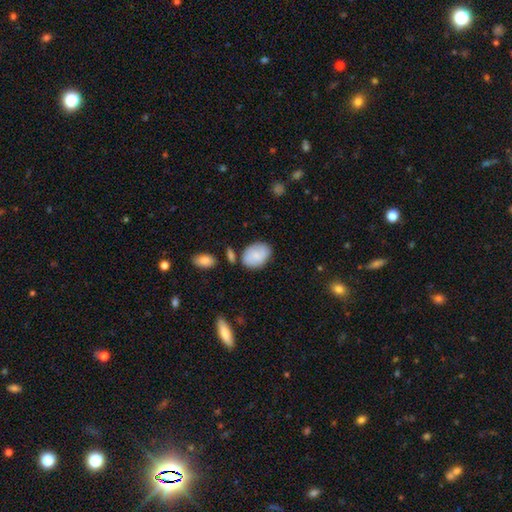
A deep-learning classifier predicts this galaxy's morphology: Smooth or featured? smooth (77%)
How rounded? in between (81%)
Merging? none (69%)